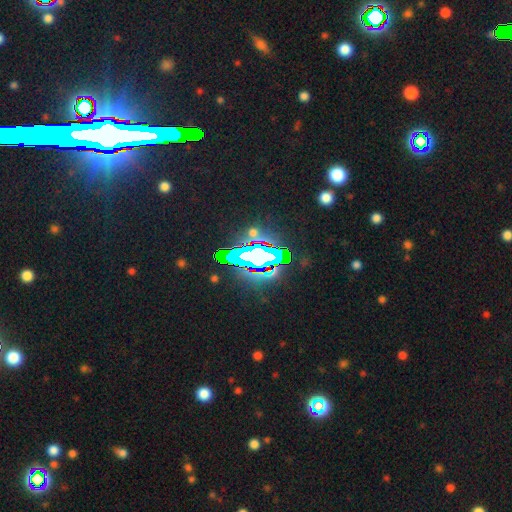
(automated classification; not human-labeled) Smooth or featured: star or artifact — 73% (featured or disk — 14%)